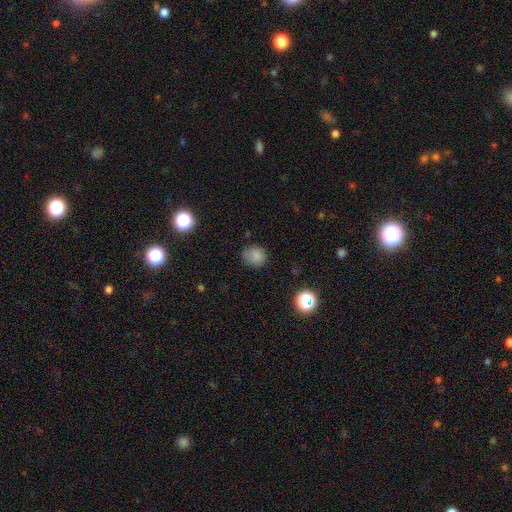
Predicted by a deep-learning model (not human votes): smooth 80%, star or artifact 14%, featured or disk 6%. Down the decision tree: how rounded — round (76%); merging — none (75%).